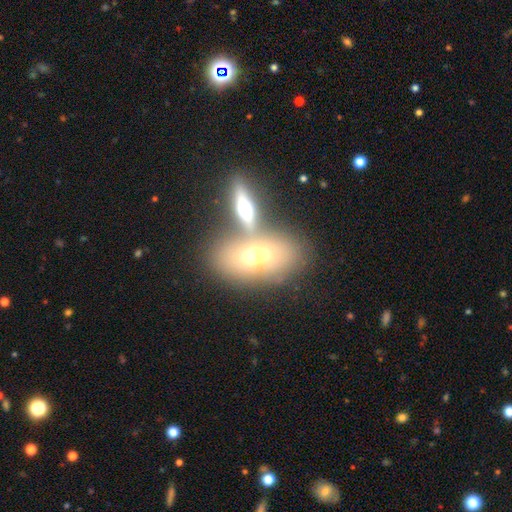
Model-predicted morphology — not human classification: smooth-or-featured: smooth: 57% | featured or disk: 33% | star or artifact: 9%
  how-rounded: in between: 83% | cigar-shaped: 9% | round: 8%
  merging: merger: 45% | none: 41% | minor disturbance: 10% | major disturbance: 5%